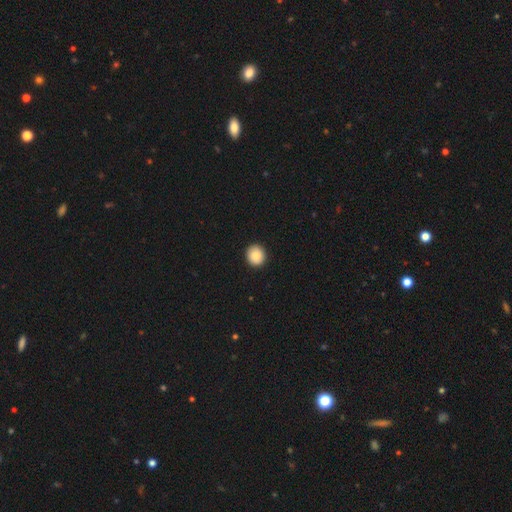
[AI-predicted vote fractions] Overall: smooth (87%). How rounded: round (86%). Merging: none (92%).